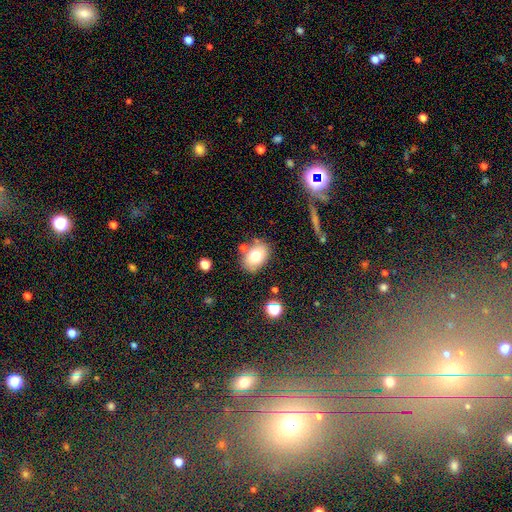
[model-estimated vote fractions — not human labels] This is likely a smooth galaxy (75%). How rounded: likely in between (76%). Merging: likely none (75%).